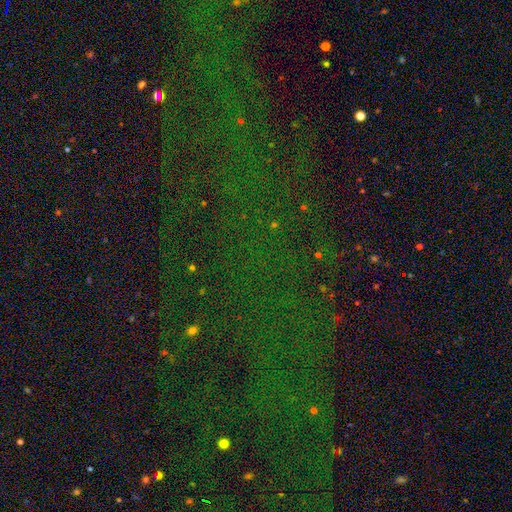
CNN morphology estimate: Q: Smooth or featured?
A: star or artifact (79%); runner-up: smooth (11%)